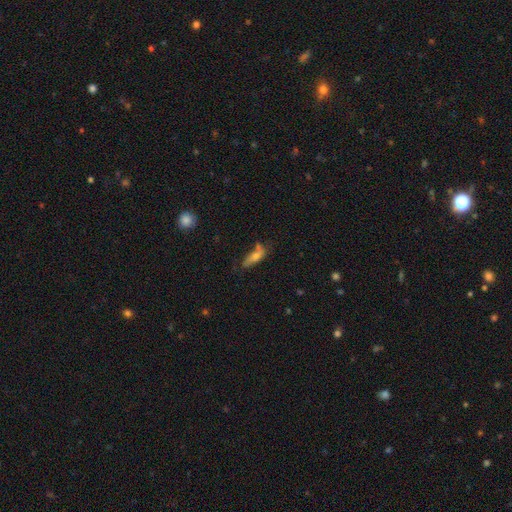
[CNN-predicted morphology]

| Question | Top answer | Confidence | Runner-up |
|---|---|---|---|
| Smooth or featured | smooth | 59% | featured or disk (31%) |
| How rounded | cigar-shaped | 50% | in between (47%) |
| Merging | none | 50% | minor disturbance (29%) |